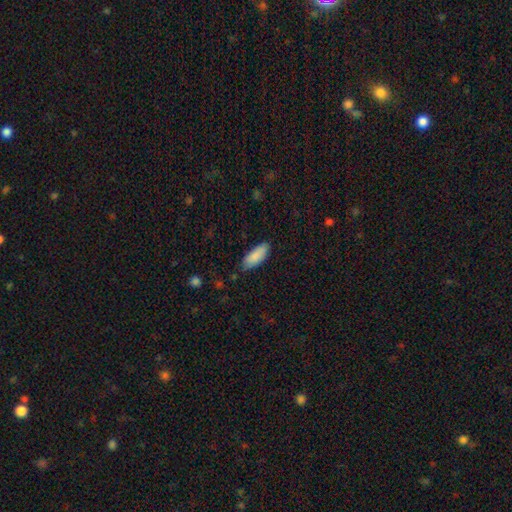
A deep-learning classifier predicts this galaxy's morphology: Smooth or featured?
  - smooth: 88% *
  - featured or disk: 6%
  - star or artifact: 6%
How rounded?
  - in between: 76% *
  - cigar-shaped: 22%
  - round: 1%
Merging?
  - none: 81% *
  - minor disturbance: 15%
  - major disturbance: 3%
  - merger: 1%